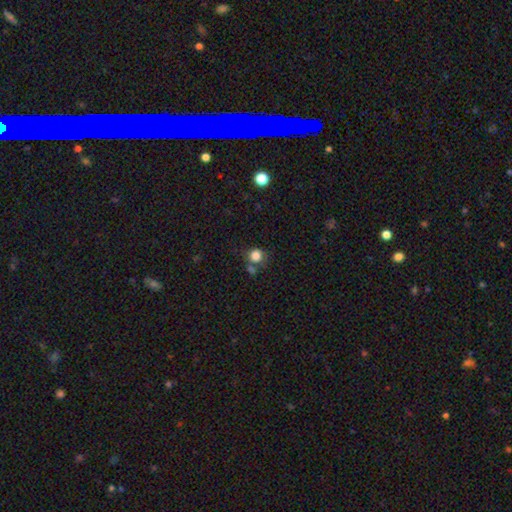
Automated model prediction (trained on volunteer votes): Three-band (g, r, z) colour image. It shows a smooth galaxy with no disk features (83%) that is round (83%). Merging: none (60%).